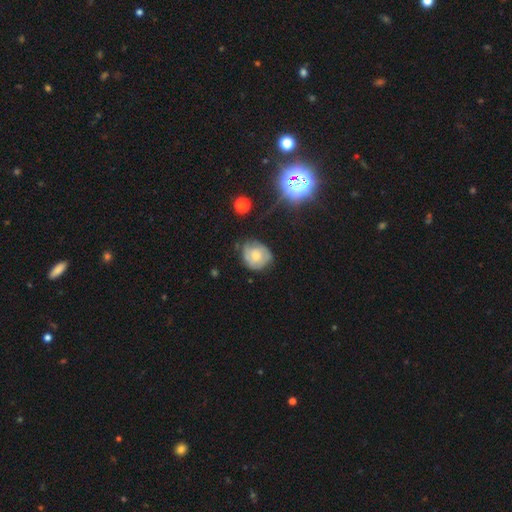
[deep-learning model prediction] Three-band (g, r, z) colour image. It shows a smooth galaxy with no disk features (53%) that is round (77%). Merging: none (60%).